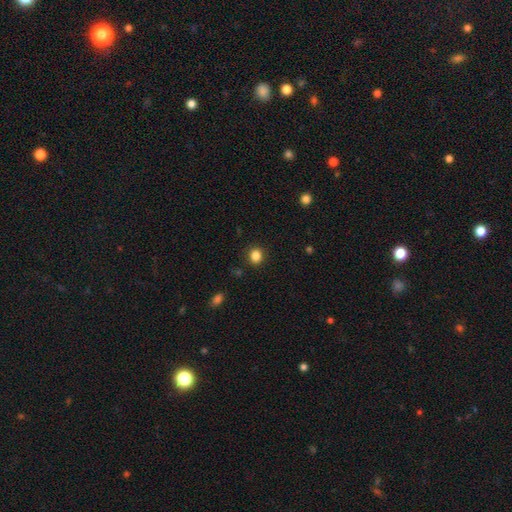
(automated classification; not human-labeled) Smooth or featured?
  - smooth: 85% *
  - star or artifact: 12%
  - featured or disk: 4%
How rounded?
  - round: 79% *
  - in between: 20%
  - cigar-shaped: 1%
Merging?
  - none: 89% *
  - minor disturbance: 8%
  - major disturbance: 2%
  - merger: 1%